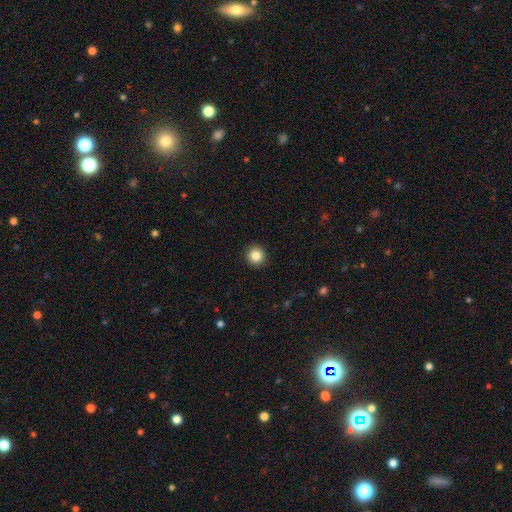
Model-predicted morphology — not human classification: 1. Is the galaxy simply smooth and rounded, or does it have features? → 85% smooth, 10% star or artifact, 5% featured or disk.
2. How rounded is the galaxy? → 95% round, 4% in between, 1% cigar-shaped.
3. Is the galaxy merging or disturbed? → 93% none, 4% minor disturbance, 2% major disturbance, 1% merger.